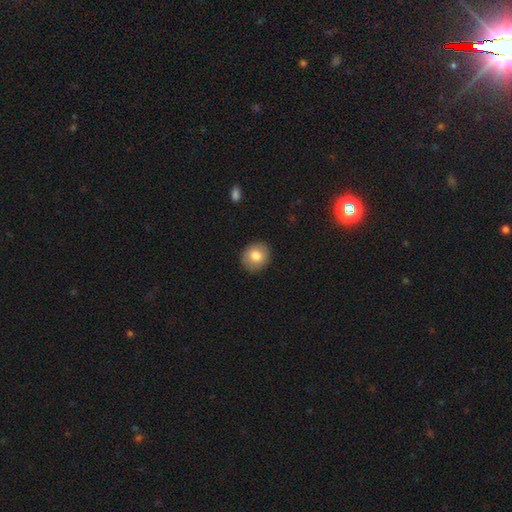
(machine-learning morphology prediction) Overall: smooth (81%). How rounded: round (80%). Merging: none (89%).